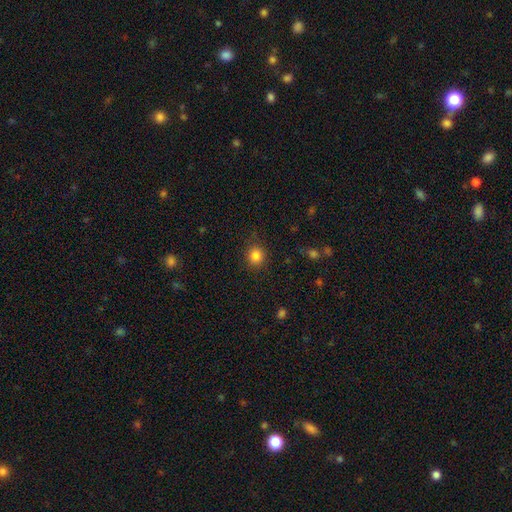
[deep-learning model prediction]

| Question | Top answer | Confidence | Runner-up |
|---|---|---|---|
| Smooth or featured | smooth | 85% | star or artifact (11%) |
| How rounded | round | 85% | in between (14%) |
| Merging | none | 84% | minor disturbance (11%) |